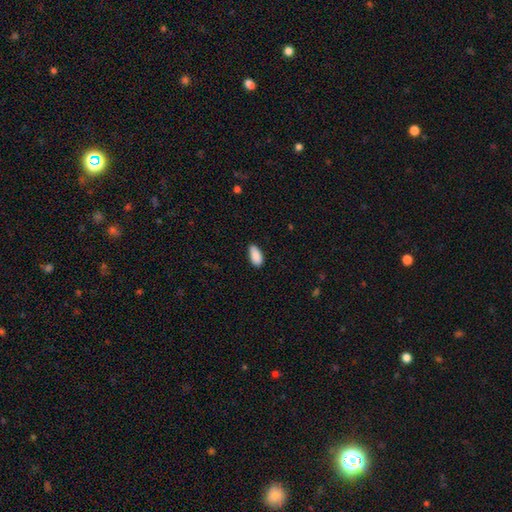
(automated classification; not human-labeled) Smooth or featured? Predicted: smooth (p=0.90). How rounded? Predicted: in between (p=0.92). Merging? Predicted: none (p=0.82).